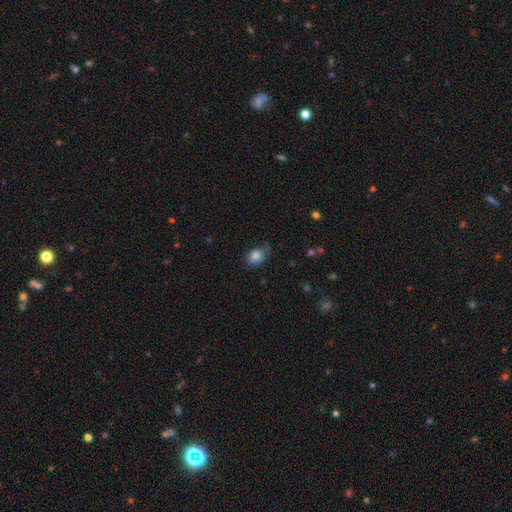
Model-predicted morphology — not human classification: type=smooth (84%); roundness=in between (56%); merging=none (66%).